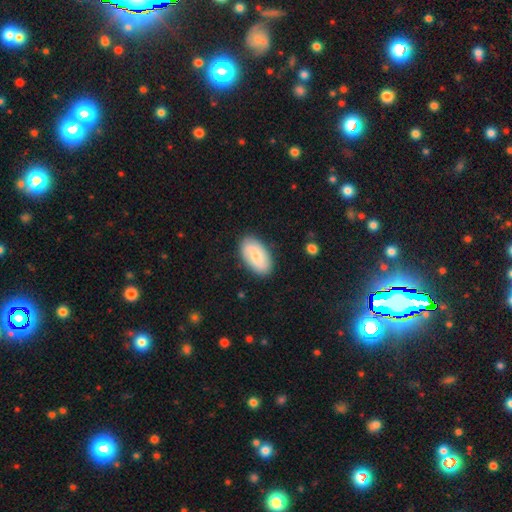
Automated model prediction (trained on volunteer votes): Overall: smooth (48%; featured or disk 46%). Merging: none (84%).